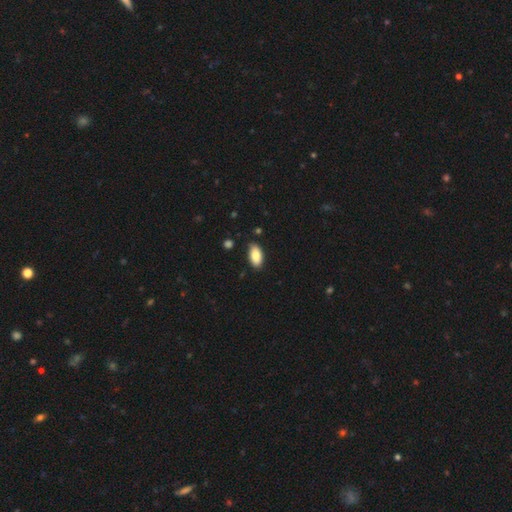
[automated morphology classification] smooth-or-featured: smooth: 85% | featured or disk: 8% | star or artifact: 7%
  how-rounded: in between: 93% | cigar-shaped: 4% | round: 3%
  merging: none: 84% | minor disturbance: 13% | major disturbance: 2% | merger: 1%